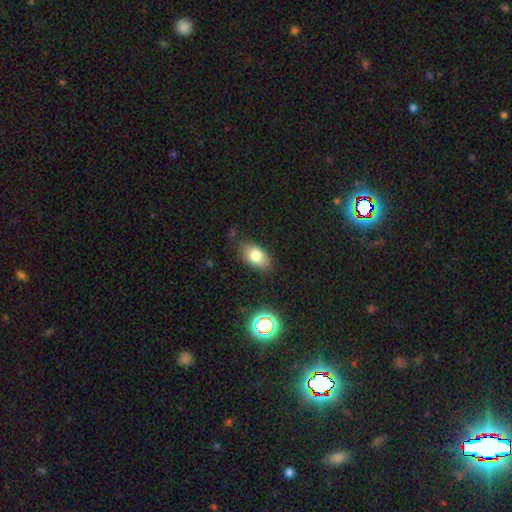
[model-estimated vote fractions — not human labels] The model was most divided on "merging": none: 76%, minor disturbance: 18%, major disturbance: 4%, merger: 3%. More confident: how rounded — in between (89%); smooth or featured — smooth (80%).